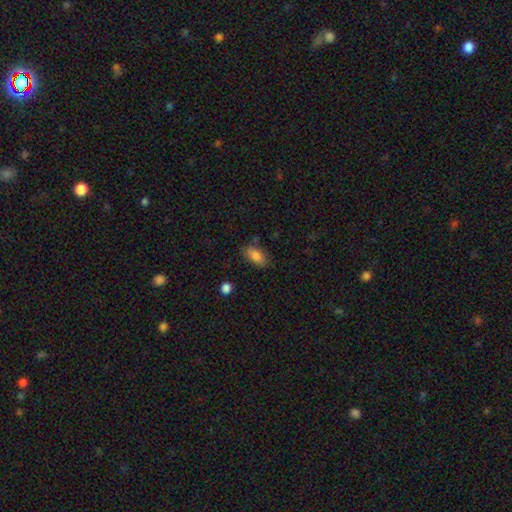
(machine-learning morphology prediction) smooth_or_featured: smooth (p=0.83) [alt: featured or disk p=0.09]
how_rounded: in between (p=0.89) [alt: cigar-shaped p=0.06]
merging: none (p=0.77) [alt: minor disturbance p=0.16]